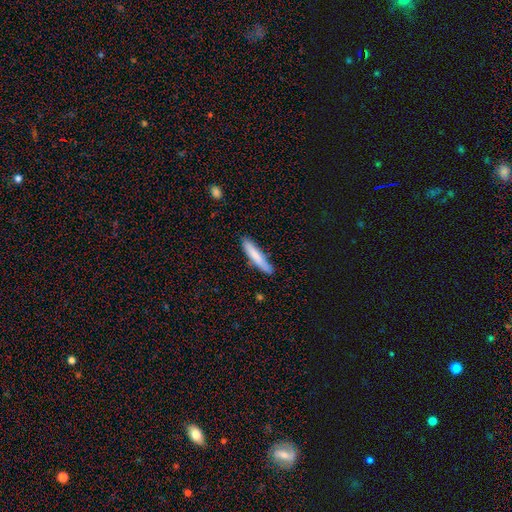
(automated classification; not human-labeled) Smooth or featured?
  - smooth: 76% *
  - featured or disk: 18%
  - star or artifact: 6%
How rounded?
  - cigar-shaped: 88% *
  - in between: 11%
  - round: 1%
Merging?
  - none: 80% *
  - minor disturbance: 15%
  - major disturbance: 2%
  - merger: 2%